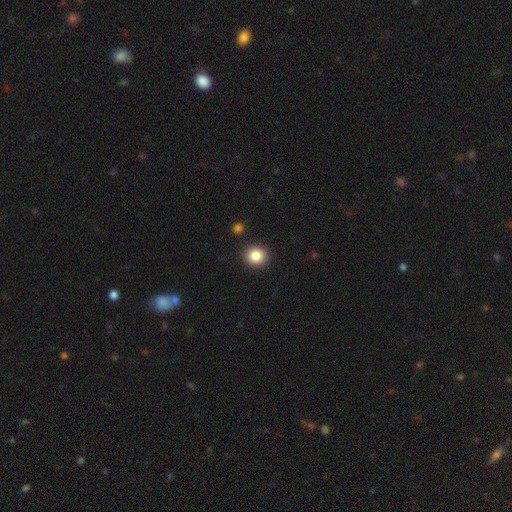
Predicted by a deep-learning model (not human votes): A smooth galaxy with no disk features (85%) that is round (82%).

Vote fractions:
- Smooth or featured? smooth: 85% / star or artifact: 9% / featured or disk: 5%
- How rounded? round: 82% / in between: 17% / cigar-shaped: 1%
- Merging? none: 90% / minor disturbance: 6% / major disturbance: 2% / merger: 2%